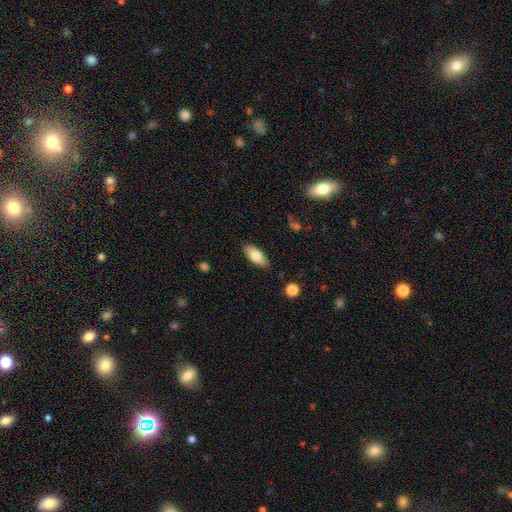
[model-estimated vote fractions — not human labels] This is likely a smooth galaxy (78%). How rounded: clearly in between (83%). Merging: clearly none (86%).